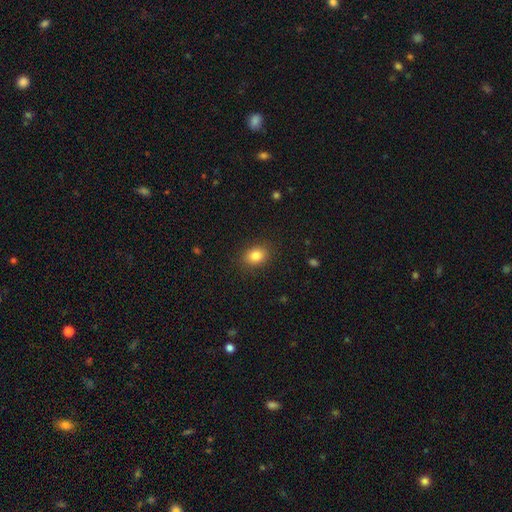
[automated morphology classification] type=smooth (83%); roundness=in between (62%); merging=none (87%).